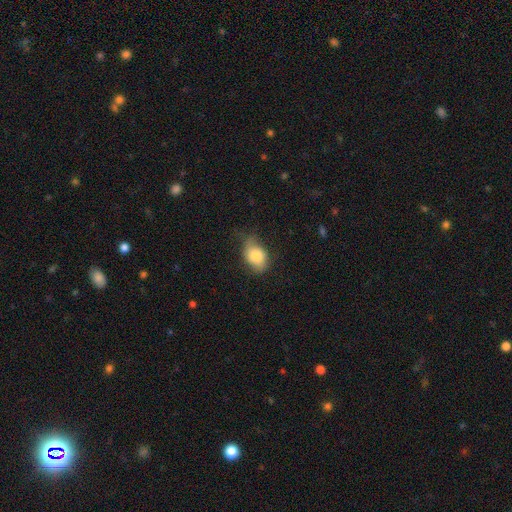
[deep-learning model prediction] Smooth or featured?
  - smooth: 78% *
  - featured or disk: 15%
  - star or artifact: 8%
How rounded?
  - in between: 78% *
  - round: 20%
  - cigar-shaped: 2%
Merging?
  - none: 53% *
  - minor disturbance: 35%
  - major disturbance: 11%
  - merger: 2%